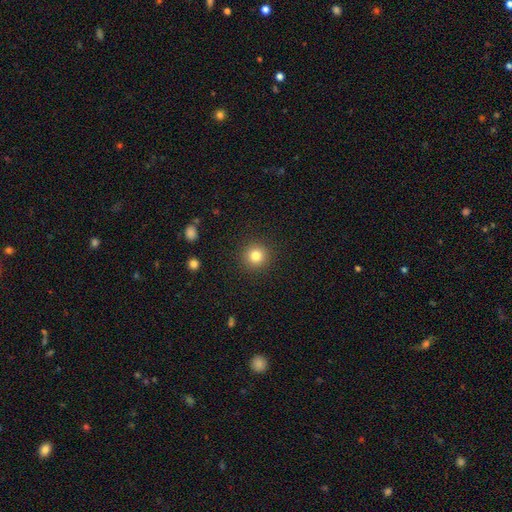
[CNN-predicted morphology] A smooth galaxy with no disk features (82%) that is round (95%).

Vote fractions:
- Smooth or featured? smooth: 82% / star or artifact: 12% / featured or disk: 6%
- How rounded? round: 95% / in between: 4% / cigar-shaped: 1%
- Merging? none: 91% / minor disturbance: 5% / major disturbance: 2% / merger: 1%